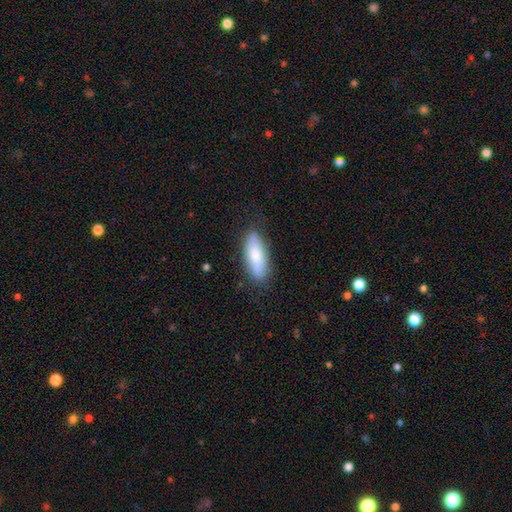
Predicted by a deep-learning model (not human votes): smooth 76%, featured or disk 18%, star or artifact 6%. Down the decision tree: how rounded — in between (70%); merging — none (81%).